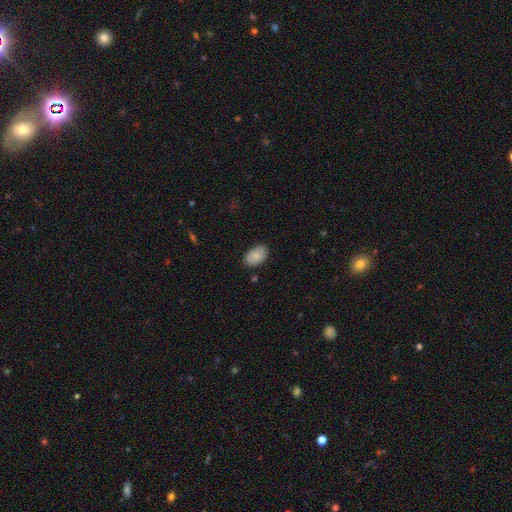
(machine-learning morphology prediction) Overall: smooth (85%). How rounded: in between (92%). Merging: none (84%).